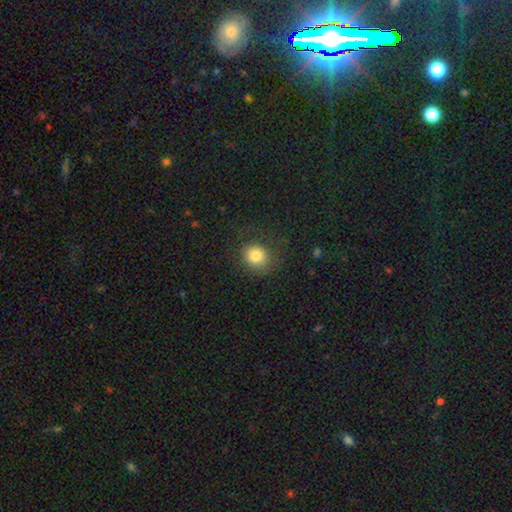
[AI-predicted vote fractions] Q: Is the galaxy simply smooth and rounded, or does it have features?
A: smooth — 81%.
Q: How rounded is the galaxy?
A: round — 80%.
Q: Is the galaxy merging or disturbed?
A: none — 79%.